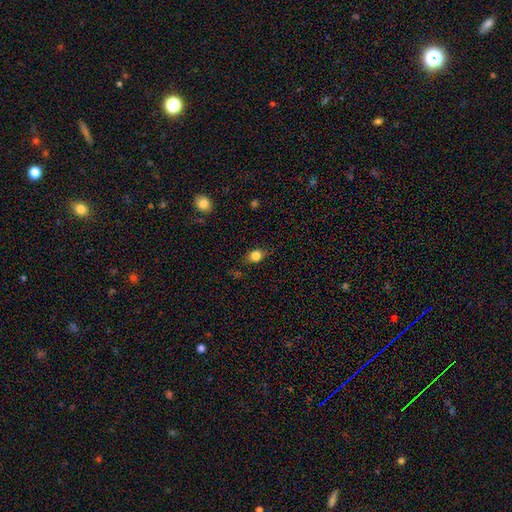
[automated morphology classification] Smooth or featured: smooth — 79% (star or artifact — 11%)
How rounded: round — 49% (in between — 48%)
Merging: none — 76% (minor disturbance — 17%)